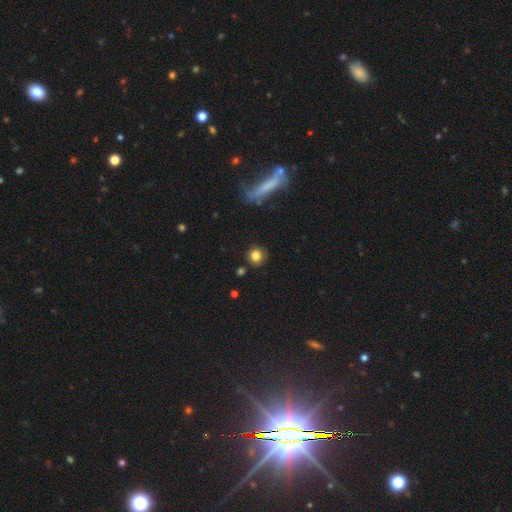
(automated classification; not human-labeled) A smooth galaxy with no disk features (83%) that is round (90%).

Vote fractions:
- Smooth or featured? smooth: 83% / star or artifact: 11% / featured or disk: 6%
- How rounded? round: 90% / in between: 9% / cigar-shaped: 1%
- Merging? none: 86% / minor disturbance: 8% / merger: 3% / major disturbance: 3%